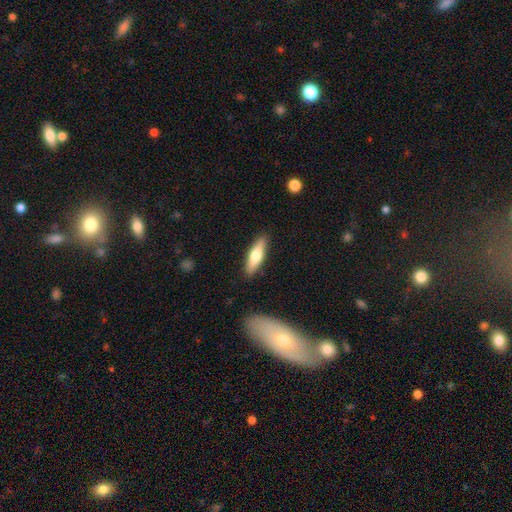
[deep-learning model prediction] This appears to be a smooth galaxy with no disk features (59%) that is cigar-shaped (63%). Merging: none (88%).